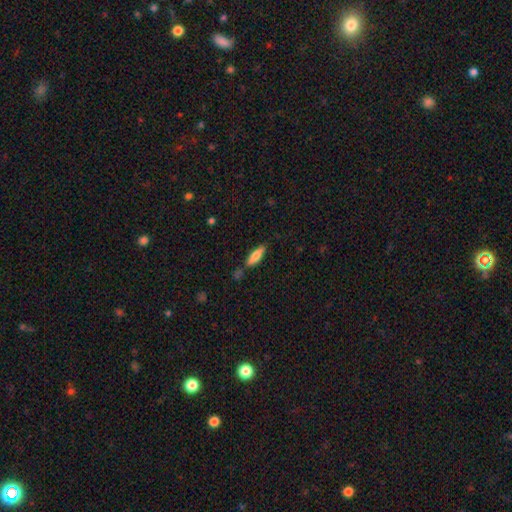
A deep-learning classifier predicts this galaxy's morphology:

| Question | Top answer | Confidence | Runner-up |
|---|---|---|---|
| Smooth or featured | smooth | 78% | featured or disk (16%) |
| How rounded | cigar-shaped | 52% | in between (46%) |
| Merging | none | 76% | minor disturbance (14%) |